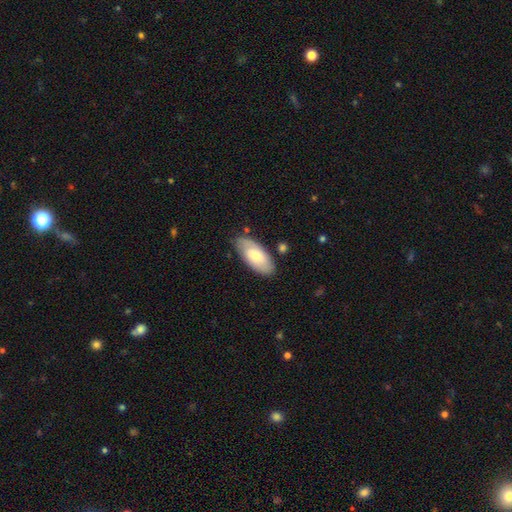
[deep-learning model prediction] Smooth or featured: smooth — 63% (featured or disk — 32%)
How rounded: in between — 90% (cigar-shaped — 8%)
Merging: none — 78% (minor disturbance — 16%)